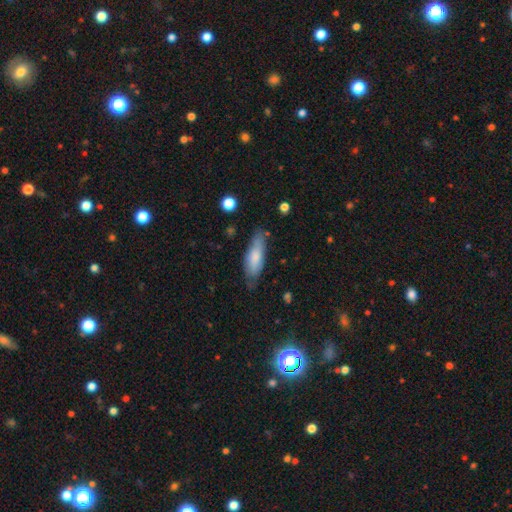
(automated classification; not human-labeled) Morphology: type=smooth (73%); roundness=in between (53%); merging=none (69%).